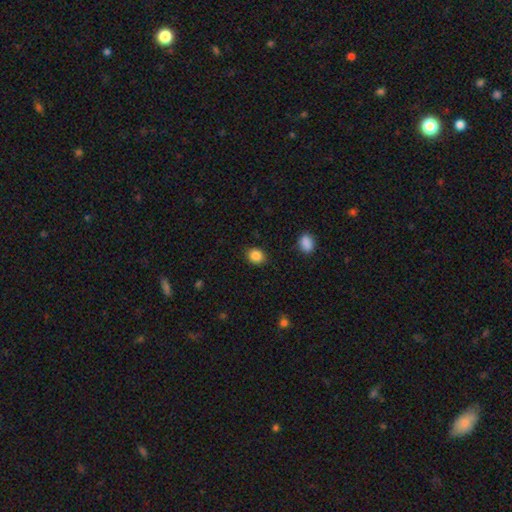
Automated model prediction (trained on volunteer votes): Smooth or featured: smooth — 86% (star or artifact — 10%)
How rounded: round — 66% (in between — 33%)
Merging: none — 86% (minor disturbance — 10%)